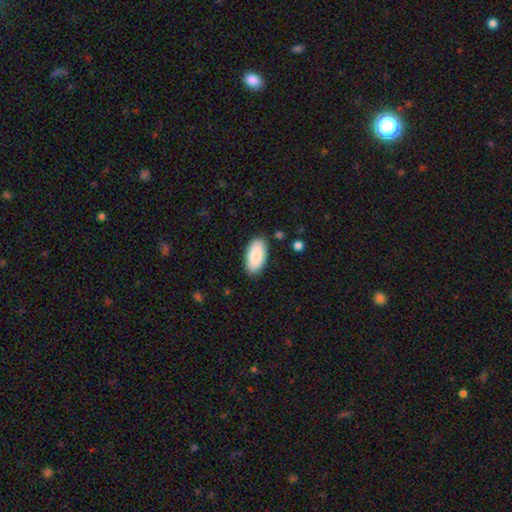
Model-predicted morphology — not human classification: The model was most divided on "merging": none: 86%, minor disturbance: 10%, major disturbance: 2%, merger: 1%. More confident: how rounded — in between (95%); smooth or featured — smooth (87%).